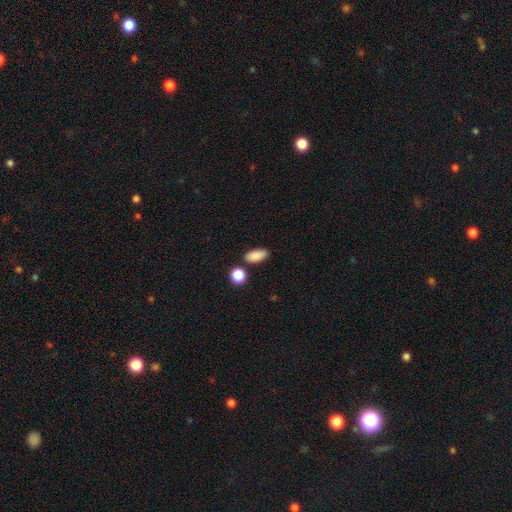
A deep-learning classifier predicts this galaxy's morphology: Smooth or featured? Predicted: smooth (p=0.88). How rounded? Predicted: in between (p=0.88). Merging? Predicted: none (p=0.80).